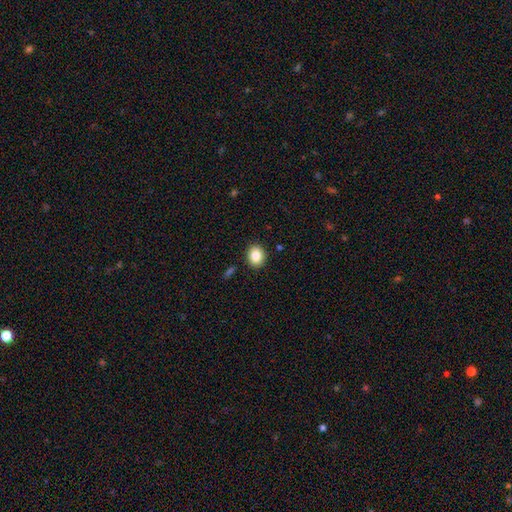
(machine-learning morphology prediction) smooth 84%, star or artifact 9%, featured or disk 7%. Down the decision tree: how rounded — round (61%); merging — none (90%).